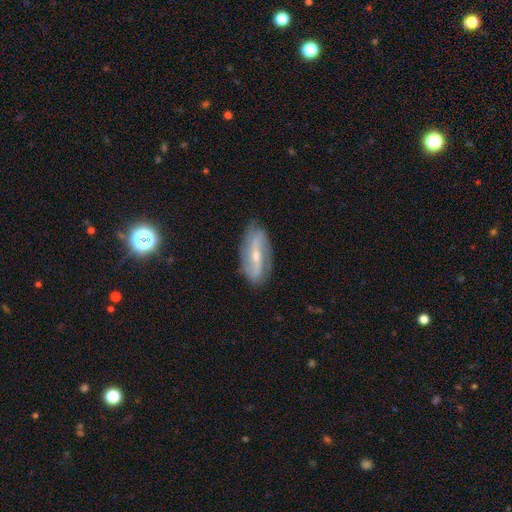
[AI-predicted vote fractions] Smooth or featured: featured or disk — 78% (smooth — 15%)
Edge-on disk: no — 86% (yes — 14%)
Bar: strong — 45% (weak — 33%)
Spiral arms: yes — 88% (no — 12%)
Spiral winding: loose — 56% (medium — 29%)
Spiral arm count: 2 — 85% (can't tell — 8%)
Bulge size: small — 61% (moderate — 35%)
Merging: none — 80% (minor disturbance — 15%)